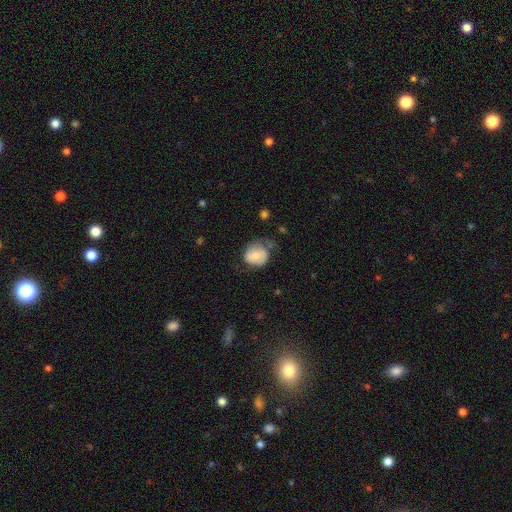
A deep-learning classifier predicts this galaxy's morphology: A smooth galaxy with no disk features (60%) that is round (65%). Merging: none (47%).